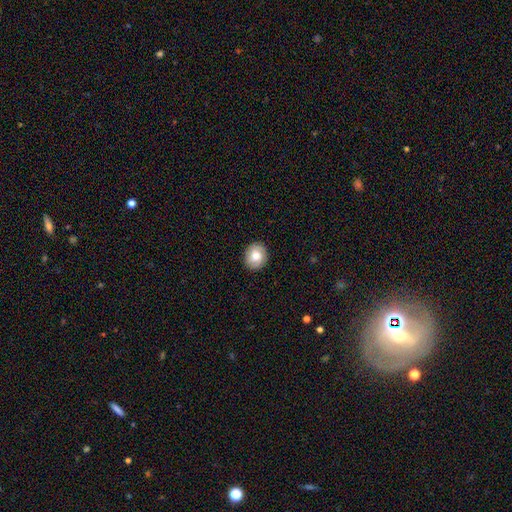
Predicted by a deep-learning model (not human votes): The model was most divided on "how rounded": round: 69%, in between: 31%, cigar-shaped: 1%. More confident: merging — none (90%); smooth or featured — smooth (78%).